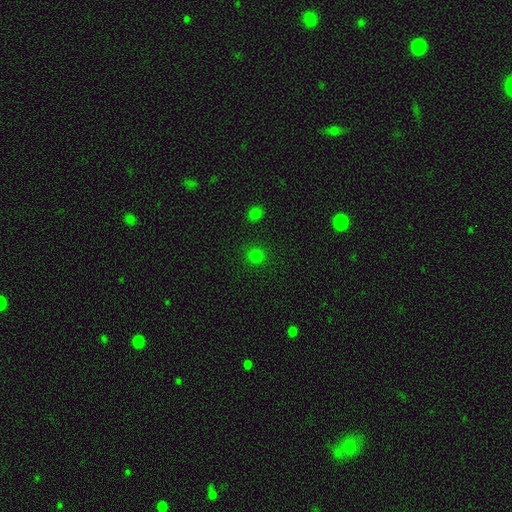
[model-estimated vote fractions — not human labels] Smooth or featured: smooth — 76% (star or artifact — 19%)
How rounded: round — 93% (in between — 6%)
Merging: none — 89% (minor disturbance — 6%)